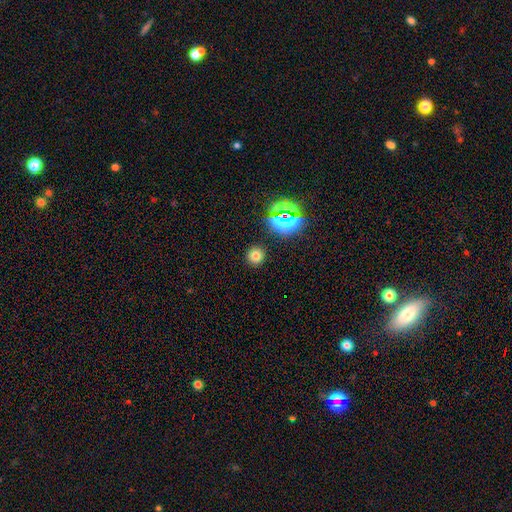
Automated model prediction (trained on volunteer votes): Smooth or featured? Predicted: smooth (p=0.71). How rounded? Predicted: round (p=0.93). Merging? Predicted: none (p=0.90).